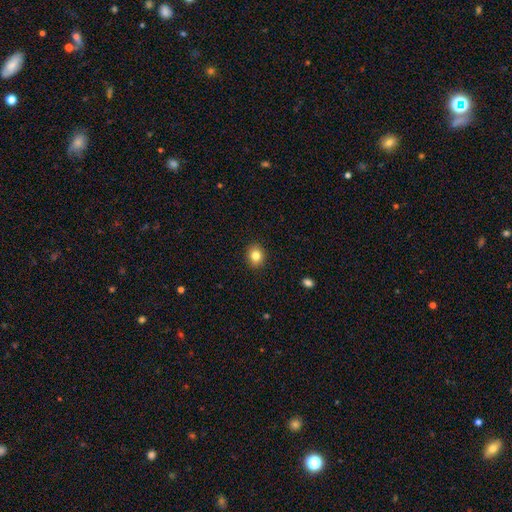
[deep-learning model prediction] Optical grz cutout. It shows a smooth galaxy with no disk features (83%) that is round (62%). Merging: none (90%).